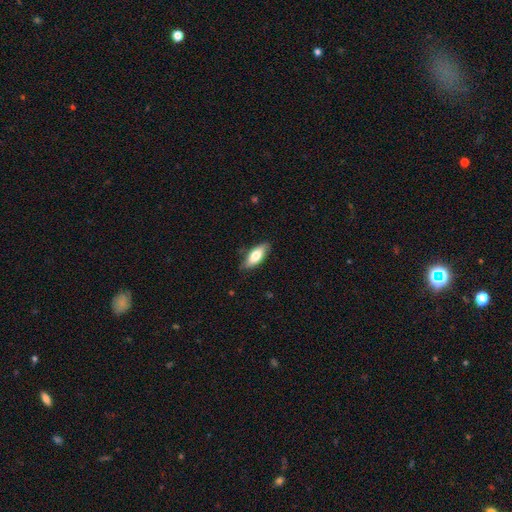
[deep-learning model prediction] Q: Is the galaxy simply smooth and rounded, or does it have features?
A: smooth — 72%.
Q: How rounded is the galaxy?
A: in between — 72%.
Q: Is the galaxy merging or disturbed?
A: none — 82%.